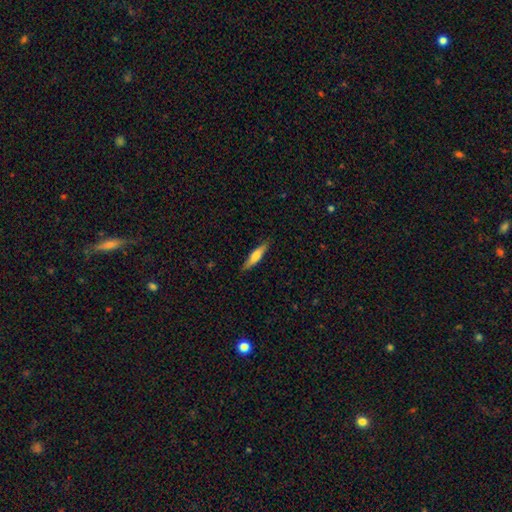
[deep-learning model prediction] This is likely a smooth galaxy (62%). How rounded: likely cigar-shaped (80%). Merging: clearly none (87%).